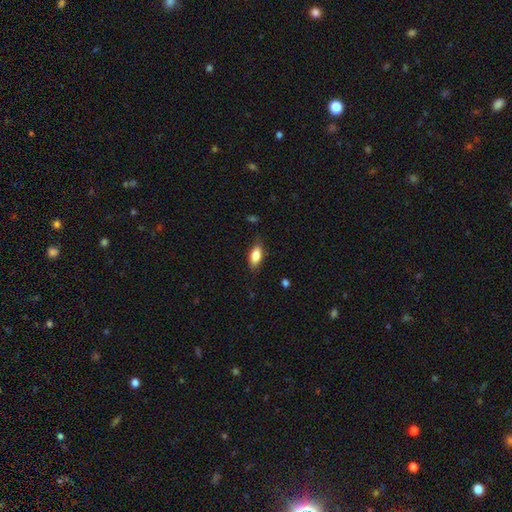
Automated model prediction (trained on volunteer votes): Q: Smooth or featured?
A: smooth (84%); runner-up: featured or disk (9%)
Q: How rounded?
A: in between (85%); runner-up: cigar-shaped (13%)
Q: Merging?
A: none (79%); runner-up: minor disturbance (16%)